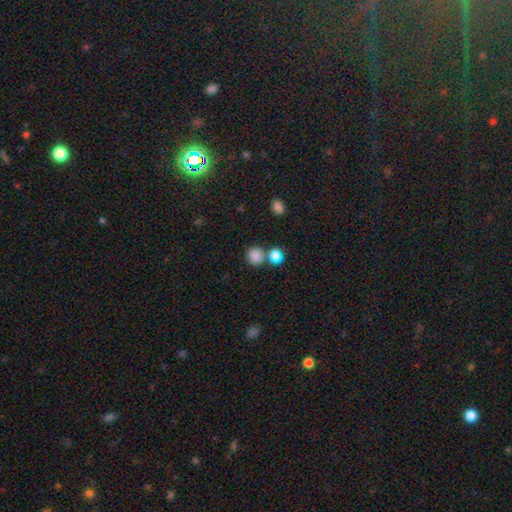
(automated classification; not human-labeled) Morphology: type=smooth (84%); roundness=round (86%); merging=none (71%).